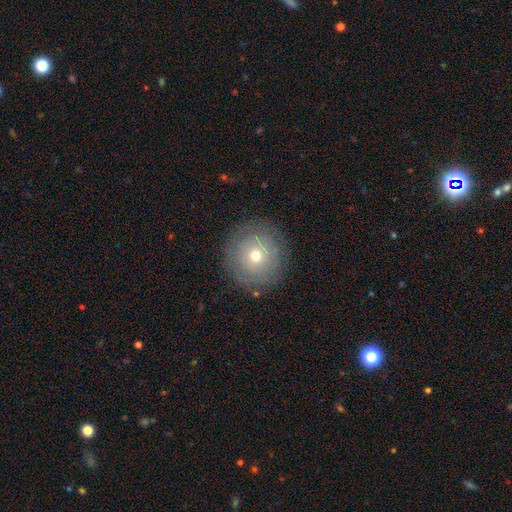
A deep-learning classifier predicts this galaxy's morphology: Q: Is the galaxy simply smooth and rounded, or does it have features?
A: smooth — 61%.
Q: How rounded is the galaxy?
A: round — 94%.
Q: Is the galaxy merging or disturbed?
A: none — 86%.